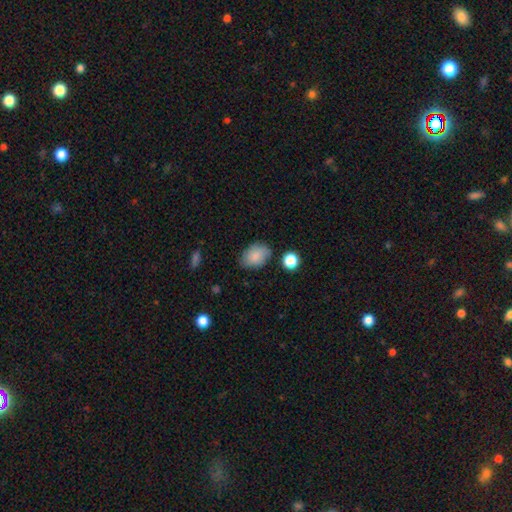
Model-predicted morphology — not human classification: Smooth or featured?
  - smooth: 83% *
  - featured or disk: 9%
  - star or artifact: 8%
How rounded?
  - in between: 80% *
  - round: 18%
  - cigar-shaped: 1%
Merging?
  - none: 74% *
  - minor disturbance: 19%
  - major disturbance: 4%
  - merger: 3%